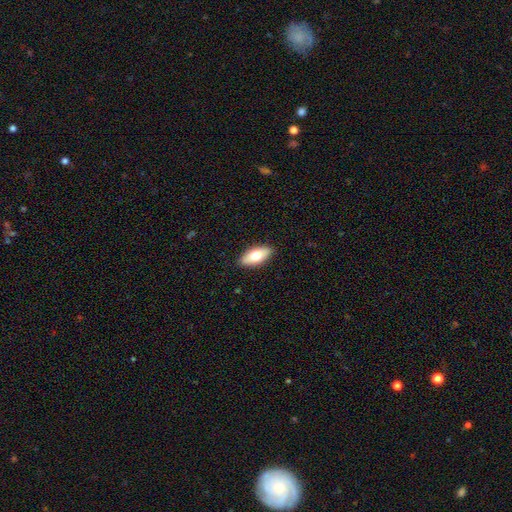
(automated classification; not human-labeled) The model was most divided on "smooth or featured": smooth: 72%, featured or disk: 21%, star or artifact: 6%. More confident: merging — none (89%); how rounded — in between (87%).